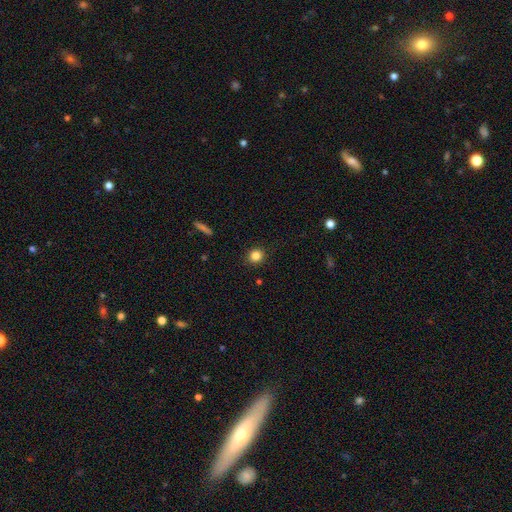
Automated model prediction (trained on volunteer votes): A smooth galaxy with no disk features (83%) that is round (86%).

Vote fractions:
- Smooth or featured? smooth: 83% / star or artifact: 11% / featured or disk: 5%
- How rounded? round: 86% / in between: 13% / cigar-shaped: 1%
- Merging? none: 91% / minor disturbance: 6% / major disturbance: 2% / merger: 1%